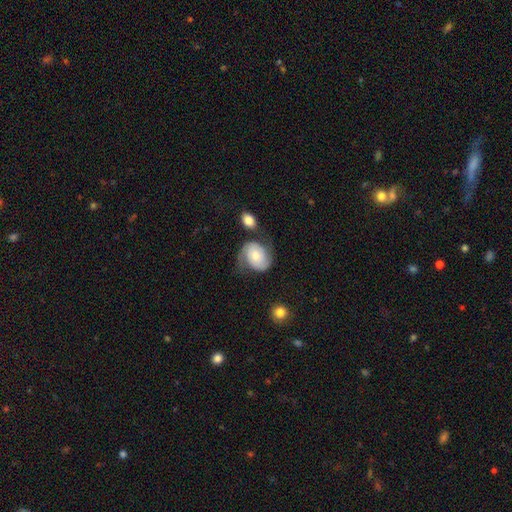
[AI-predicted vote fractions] A featured or disk galaxy (72%) with no bar (70%), 2 (89%) medium (43%) spiral arms (93%) and a moderate central bulge (51%). Merging: none (57%).